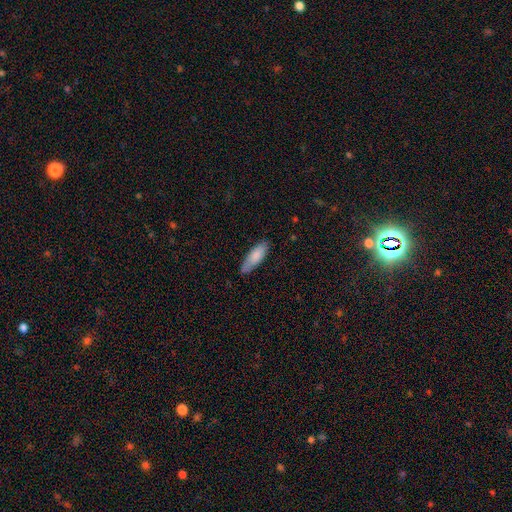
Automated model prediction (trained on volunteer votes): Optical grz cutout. It shows a smooth galaxy with no disk features (84%) that is in between round and cigar-shaped (58%). Merging: none (79%).